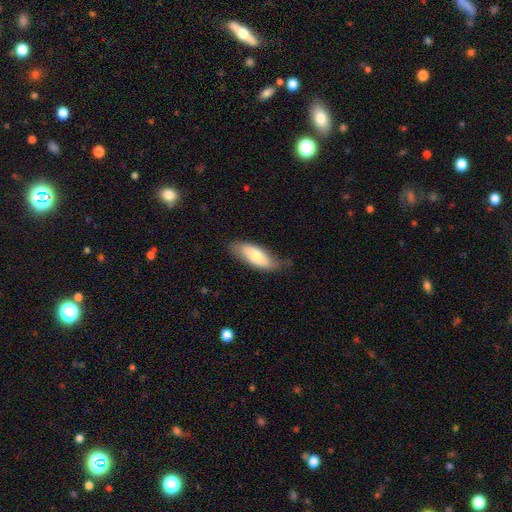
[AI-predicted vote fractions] This is likely a smooth galaxy (70%). How rounded: likely in between (75%). Merging: likely none (65%).